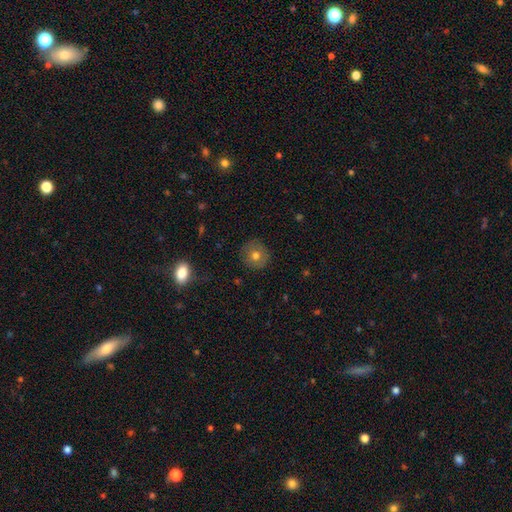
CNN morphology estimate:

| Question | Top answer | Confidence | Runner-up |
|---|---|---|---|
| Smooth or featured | smooth | 70% | featured or disk (19%) |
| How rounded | round | 92% | in between (7%) |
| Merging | none | 87% | minor disturbance (10%) |